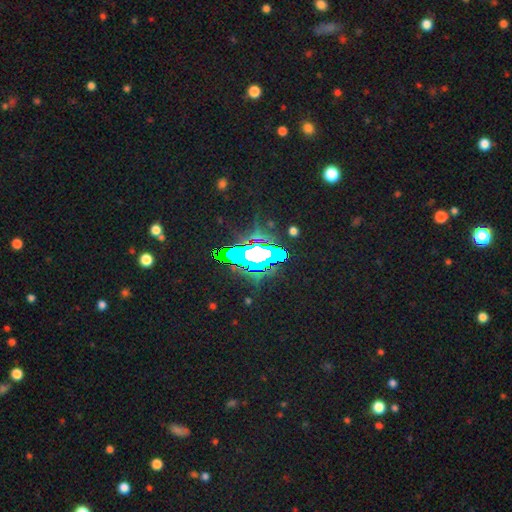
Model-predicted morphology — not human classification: Smooth or featured? Predicted: star or artifact (p=0.59).